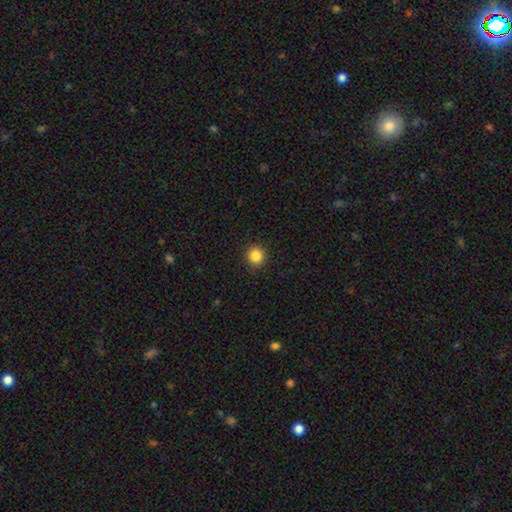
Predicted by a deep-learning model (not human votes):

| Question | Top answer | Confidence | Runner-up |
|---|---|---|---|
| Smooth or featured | smooth | 86% | star or artifact (11%) |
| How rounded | round | 93% | in between (6%) |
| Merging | none | 92% | minor disturbance (6%) |